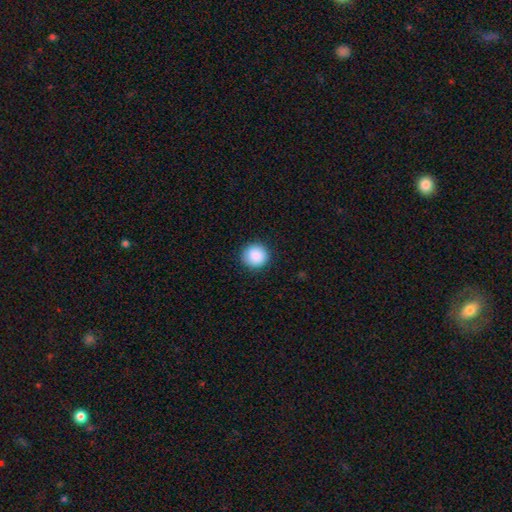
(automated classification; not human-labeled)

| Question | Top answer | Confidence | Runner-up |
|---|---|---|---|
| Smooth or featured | smooth | 89% | star or artifact (8%) |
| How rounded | round | 93% | in between (6%) |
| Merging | none | 90% | minor disturbance (7%) |